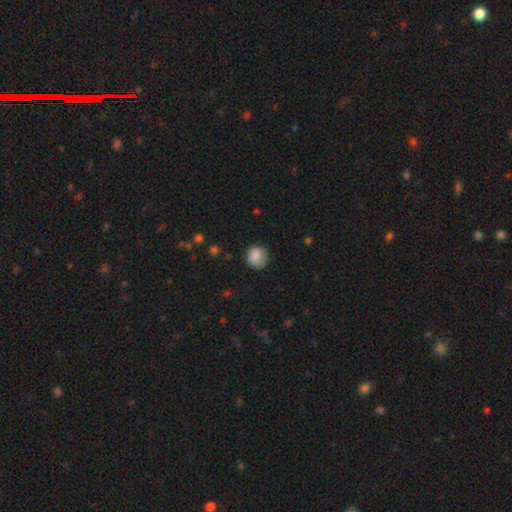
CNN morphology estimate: type=smooth (86%); roundness=round (84%); merging=none (74%).